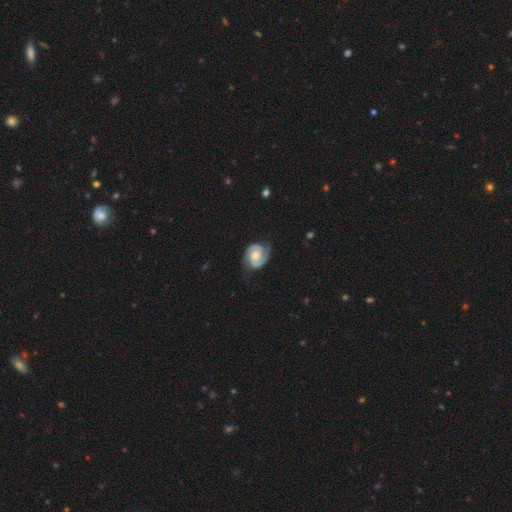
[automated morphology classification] A featured or disk galaxy (90%) with no bar (60%), 2 (92%) tight (48%) spiral arms (98%) and a moderate central bulge (57%).

Vote fractions:
- Smooth or featured? featured or disk: 90% / smooth: 6% / star or artifact: 4%
- Edge-on disk? no: 98% / yes: 2%
- Bar? no: 60% / weak: 32% / strong: 7%
- Spiral arms? yes: 98% / no: 2%
- Spiral winding? tight: 48% / medium: 43% / loose: 9%
- Spiral arm count? 2: 92% / can't tell: 2% / 1: 2% / 3: 1% / 4: 1% / more than 4: 1%
- Bulge size? moderate: 57% / small: 28% / large: 7% / none: 7% / dominant: 1%
- Merging? none: 77% / minor disturbance: 17% / major disturbance: 5% / merger: 1%